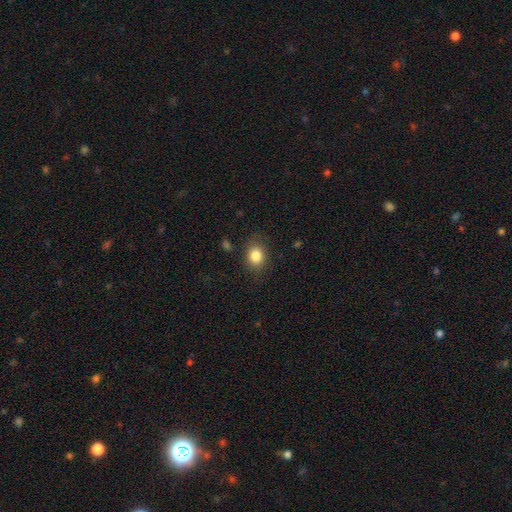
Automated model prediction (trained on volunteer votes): This is clearly a smooth galaxy (84%). How rounded: possibly round (53%). Merging: clearly none (83%).